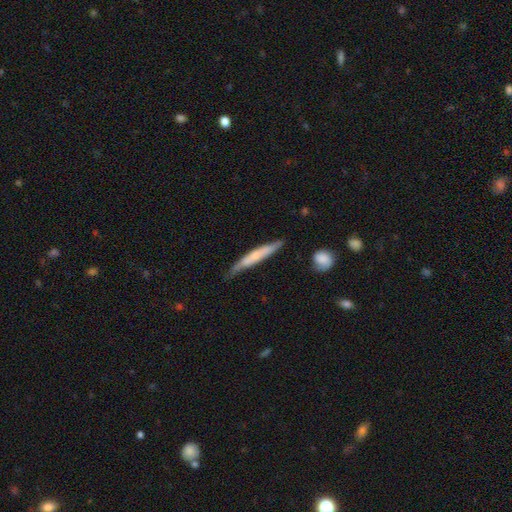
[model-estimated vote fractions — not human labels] Q: Smooth or featured?
A: smooth (53%); runner-up: featured or disk (42%)
Q: How rounded?
A: cigar-shaped (93%); runner-up: in between (5%)
Q: Merging?
A: none (64%); runner-up: minor disturbance (27%)